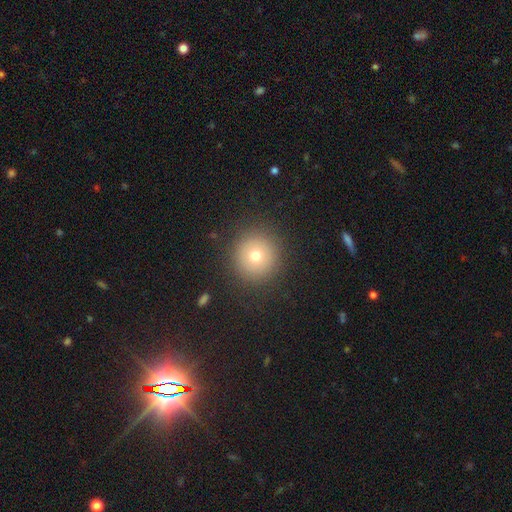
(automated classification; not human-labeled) smooth-or-featured: smooth: 71% | featured or disk: 14% | star or artifact: 14%
  how-rounded: round: 95% | in between: 4% | cigar-shaped: 1%
  merging: none: 90% | minor disturbance: 6% | major disturbance: 3% | merger: 1%